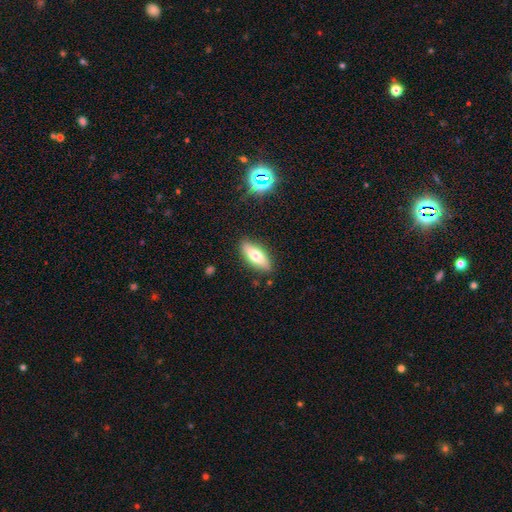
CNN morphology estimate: Smooth or featured?
  - smooth: 64% *
  - featured or disk: 29%
  - star or artifact: 8%
How rounded?
  - in between: 67% *
  - cigar-shaped: 31%
  - round: 3%
Merging?
  - none: 86% *
  - minor disturbance: 10%
  - major disturbance: 2%
  - merger: 2%